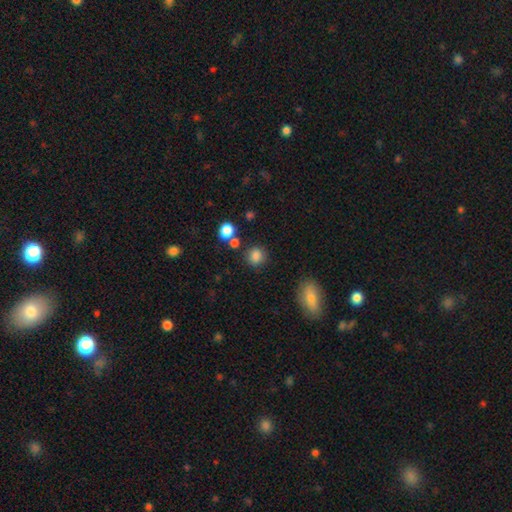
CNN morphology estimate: A smooth galaxy with no disk features (83%) that is round (84%). Merging: none (78%).